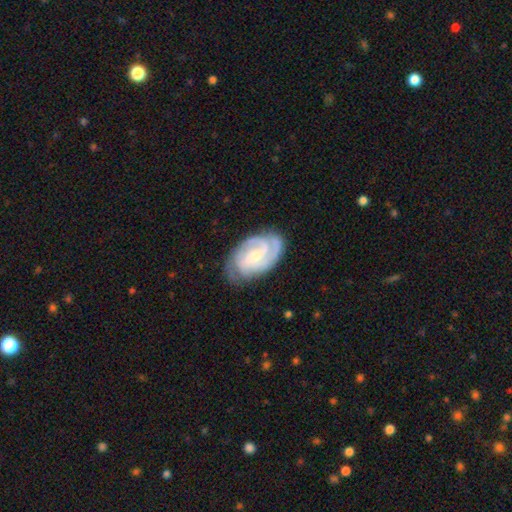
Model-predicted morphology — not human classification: type=featured or disk (86%); edge-on=no (97%); bar=weak (50%); spiral arms=yes (97%); winding=tight (58%); arm count=2 (41%); bulge=small (58%); merging=none (74%).